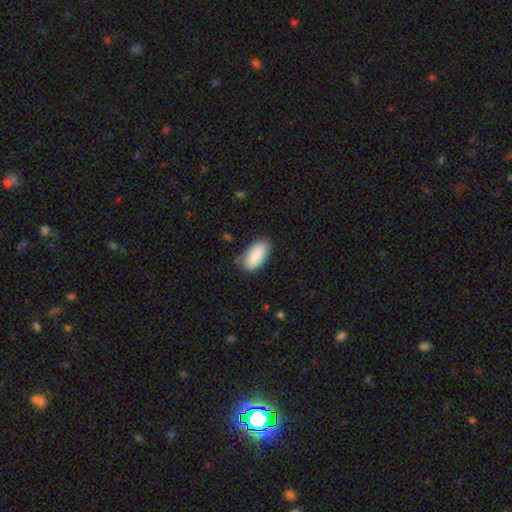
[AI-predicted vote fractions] smooth 87%, star or artifact 7%, featured or disk 6%. Down the decision tree: how rounded — in between (91%); merging — none (71%).